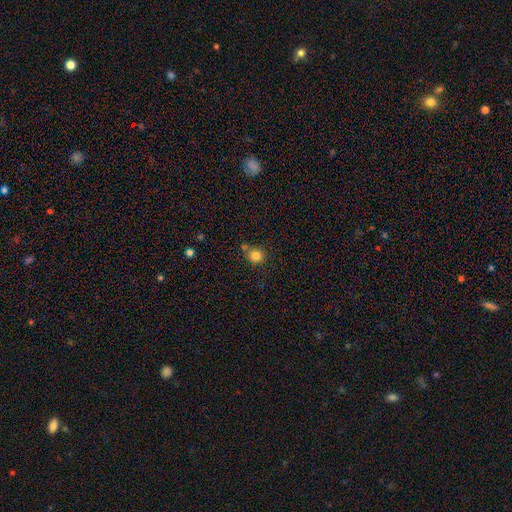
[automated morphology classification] A smooth galaxy with no disk features (83%) that is round (84%).

Vote fractions:
- Smooth or featured? smooth: 83% / star or artifact: 11% / featured or disk: 6%
- How rounded? round: 84% / in between: 15% / cigar-shaped: 1%
- Merging? none: 69% / minor disturbance: 14% / merger: 13% / major disturbance: 4%